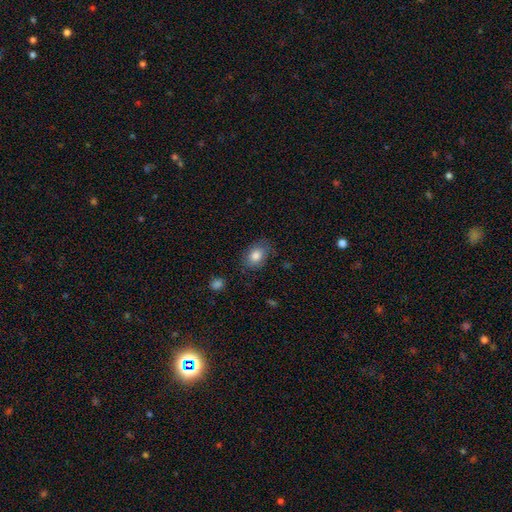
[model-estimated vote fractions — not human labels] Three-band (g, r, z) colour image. It shows a smooth galaxy with no disk features (82%) that is in between round and cigar-shaped (73%). Merging: none (71%).